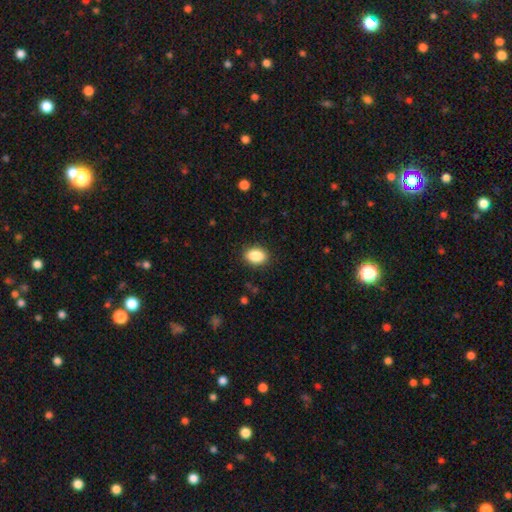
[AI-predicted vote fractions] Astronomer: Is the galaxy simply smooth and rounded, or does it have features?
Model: smooth — 87%.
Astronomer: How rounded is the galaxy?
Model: in between — 79%.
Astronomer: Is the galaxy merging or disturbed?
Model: none — 89%.